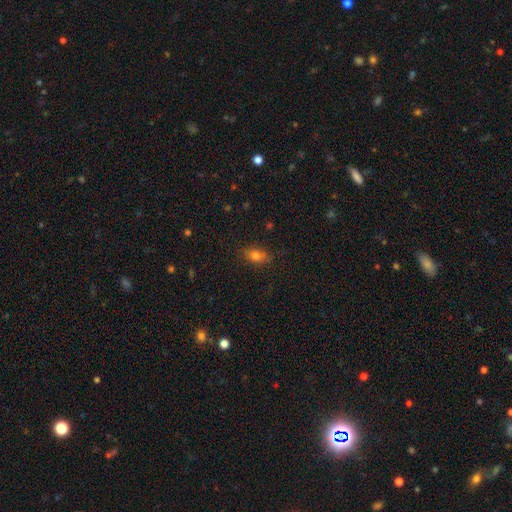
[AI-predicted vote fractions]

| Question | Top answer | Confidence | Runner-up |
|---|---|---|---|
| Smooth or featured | smooth | 77% | featured or disk (12%) |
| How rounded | in between | 79% | round (15%) |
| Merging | none | 81% | minor disturbance (15%) |